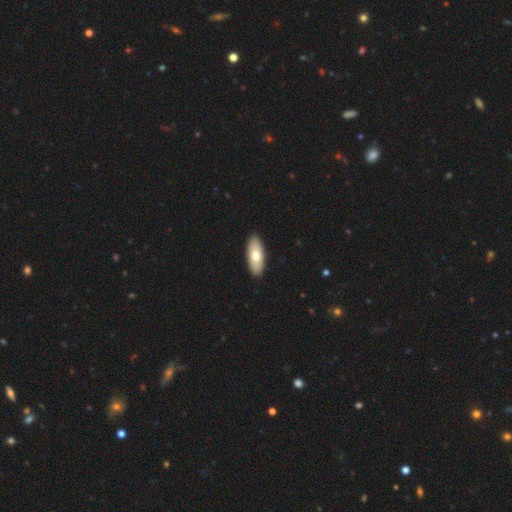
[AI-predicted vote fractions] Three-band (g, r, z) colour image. It shows a smooth galaxy with no disk features (69%) that is in between round and cigar-shaped (83%). Merging: none (92%).